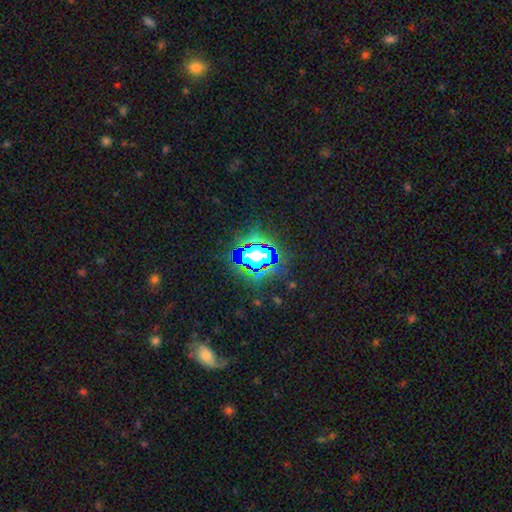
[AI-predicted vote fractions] Smooth or featured? Predicted: star or artifact (p=0.64).